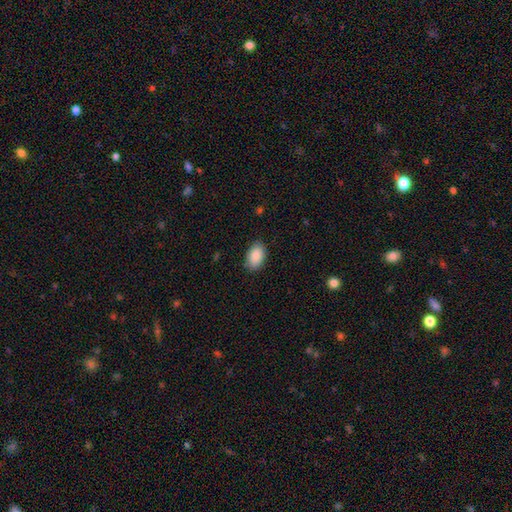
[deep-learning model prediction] smooth_or_featured: smooth (p=0.89) [alt: star or artifact p=0.06]
how_rounded: in between (p=0.92) [alt: round p=0.07]
merging: none (p=0.84) [alt: minor disturbance p=0.12]